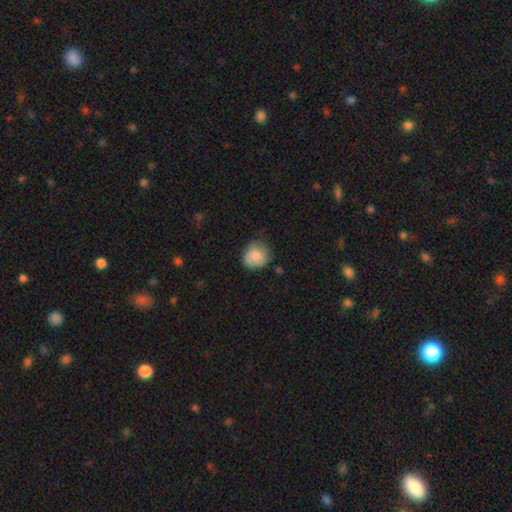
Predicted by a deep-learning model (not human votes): This appears to be a smooth galaxy with no disk features (79%) that is round (80%). Merging: none (65%).